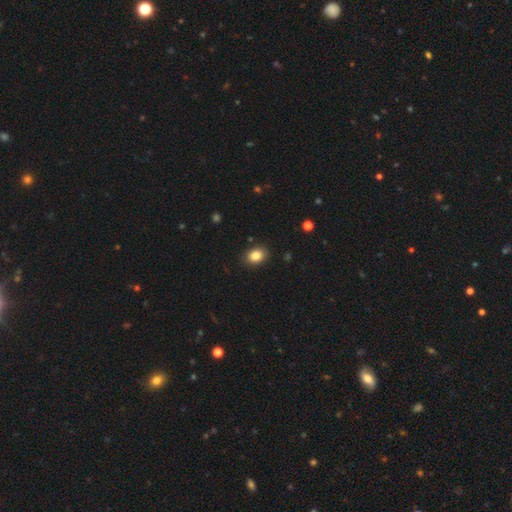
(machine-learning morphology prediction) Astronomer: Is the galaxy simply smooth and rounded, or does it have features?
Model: smooth — 86%.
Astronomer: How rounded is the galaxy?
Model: in between — 66%.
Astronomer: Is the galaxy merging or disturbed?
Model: none — 88%.